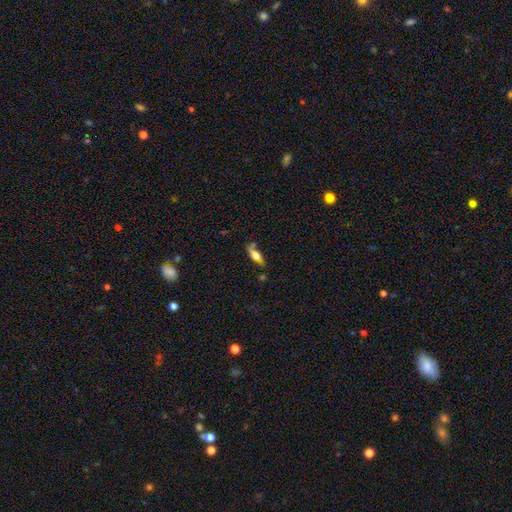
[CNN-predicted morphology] Q: Smooth or featured?
A: smooth (59%); runner-up: featured or disk (33%)
Q: How rounded?
A: in between (66%); runner-up: cigar-shaped (30%)
Q: Merging?
A: none (54%); runner-up: minor disturbance (23%)